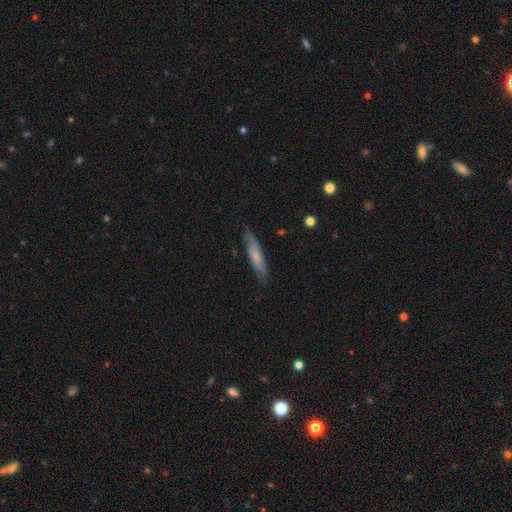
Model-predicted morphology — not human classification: Smooth or featured?
  - smooth: 61% *
  - featured or disk: 33%
  - star or artifact: 6%
How rounded?
  - cigar-shaped: 87% *
  - in between: 12%
  - round: 1%
Merging?
  - none: 82% *
  - minor disturbance: 14%
  - major disturbance: 3%
  - merger: 1%